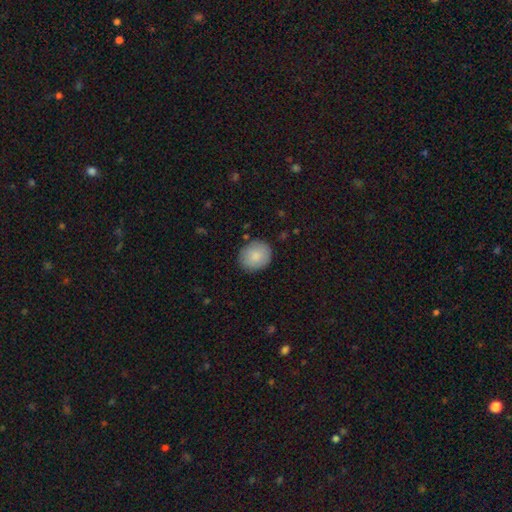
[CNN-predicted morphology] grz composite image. It shows a smooth galaxy with no disk features (85%) that is round (65%). Merging: none (86%).